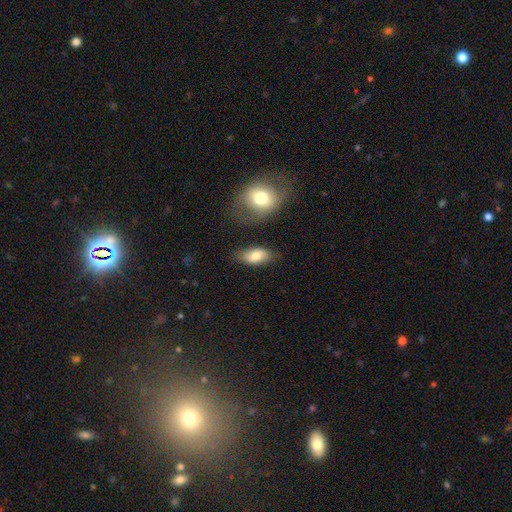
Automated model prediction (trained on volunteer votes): A smooth galaxy with no disk features (76%) that is in between round and cigar-shaped (90%). Merging: none (74%).